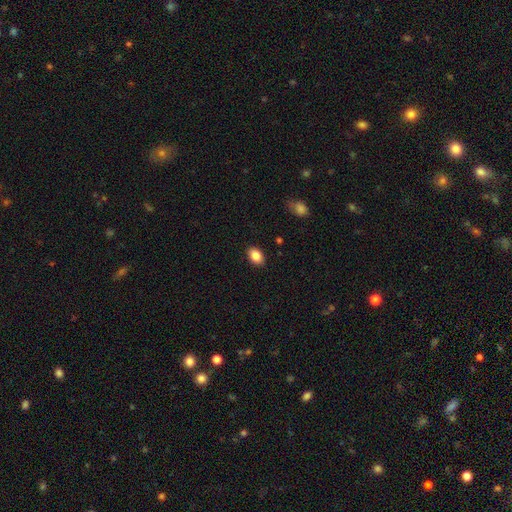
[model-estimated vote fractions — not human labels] Smooth or featured: smooth — 86% (star or artifact — 8%)
How rounded: in between — 86% (round — 13%)
Merging: none — 88% (minor disturbance — 9%)